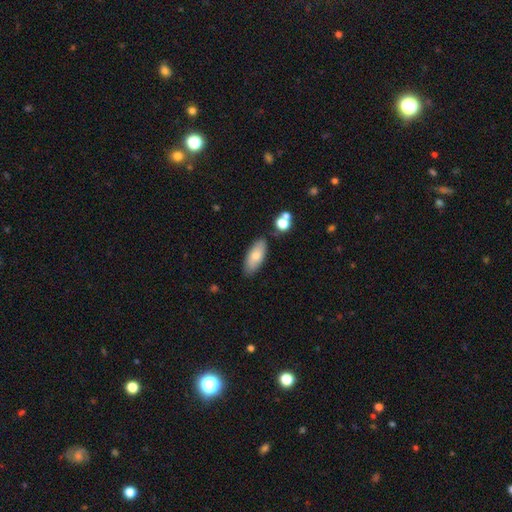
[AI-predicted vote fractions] Overall: smooth (77%). How rounded: in between (81%). Merging: none (81%).